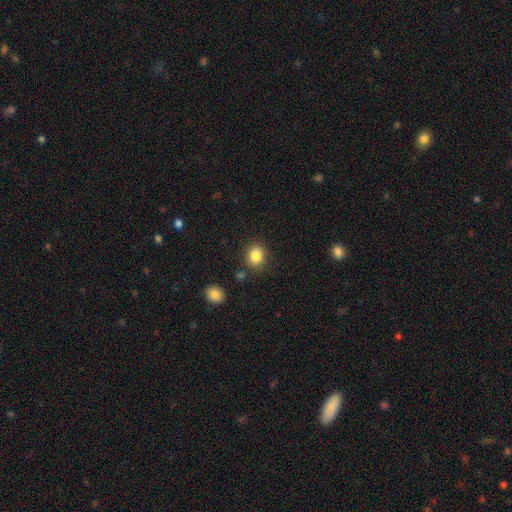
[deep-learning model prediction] Smooth or featured? smooth (86%)
How rounded? round (60%)
Merging? none (83%)